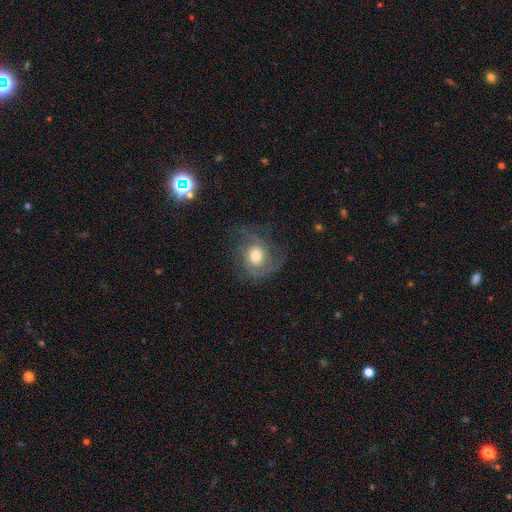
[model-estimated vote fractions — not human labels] A featured or disk galaxy (68%) with no bar (74%), 2 (39%) medium (43%) spiral arms (86%) and a moderate central bulge (61%).

Vote fractions:
- Smooth or featured? featured or disk: 68% / smooth: 24% / star or artifact: 8%
- Edge-on disk? no: 97% / yes: 3%
- Bar? no: 74% / weak: 22% / strong: 4%
- Spiral arms? yes: 86% / no: 14%
- Spiral winding? medium: 43% / tight: 35% / loose: 22%
- Spiral arm count? 2: 39% / can't tell: 27% / 3: 16% / 1: 9% / 4: 5% / more than 4: 4%
- Bulge size? moderate: 61% / large: 21% / small: 14% / dominant: 2% / none: 1%
- Merging? none: 61% / major disturbance: 19% / minor disturbance: 18% / merger: 1%